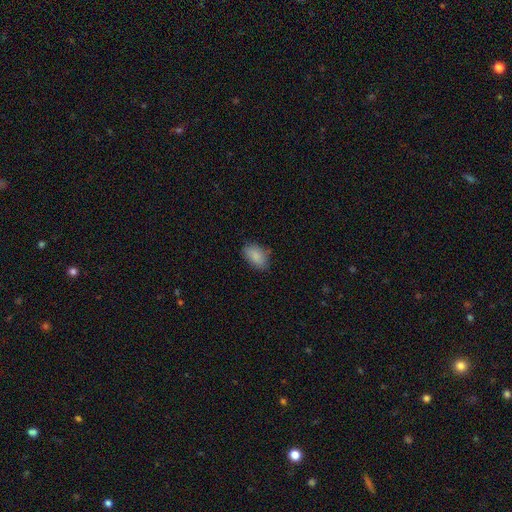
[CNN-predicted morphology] A smooth galaxy with no disk features (87%) that is in between round and cigar-shaped (91%). Merging: none (72%).